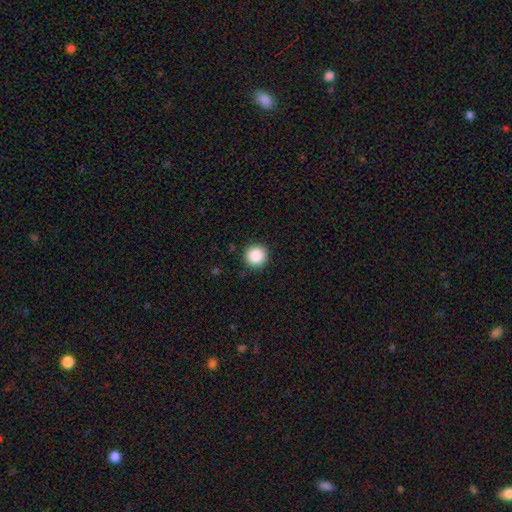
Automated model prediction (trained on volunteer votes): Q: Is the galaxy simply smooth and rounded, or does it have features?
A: smooth — 87%.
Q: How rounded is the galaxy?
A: round — 96%.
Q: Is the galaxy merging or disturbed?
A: none — 91%.